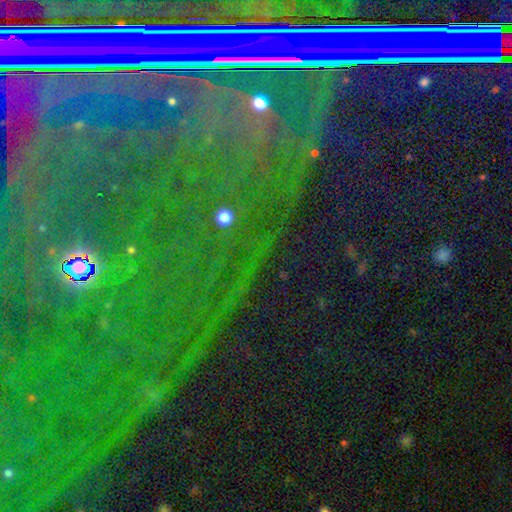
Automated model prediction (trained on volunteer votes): Overall: star or artifact (85%).